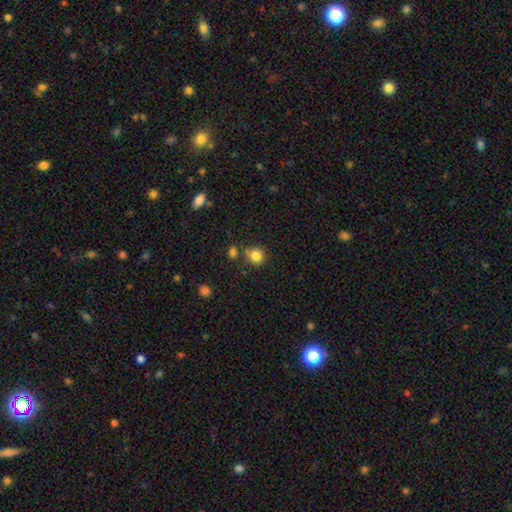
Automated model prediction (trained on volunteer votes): Q: Smooth or featured?
A: smooth (83%); runner-up: star or artifact (11%)
Q: How rounded?
A: round (84%); runner-up: in between (15%)
Q: Merging?
A: none (71%); runner-up: merger (13%)